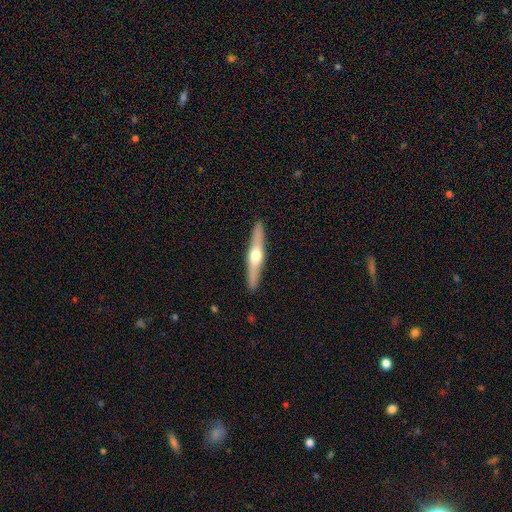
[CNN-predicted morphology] type=featured or disk (62%); edge-on=yes (95%); edge-on bulge=rounded (93%); merging=none (91%).